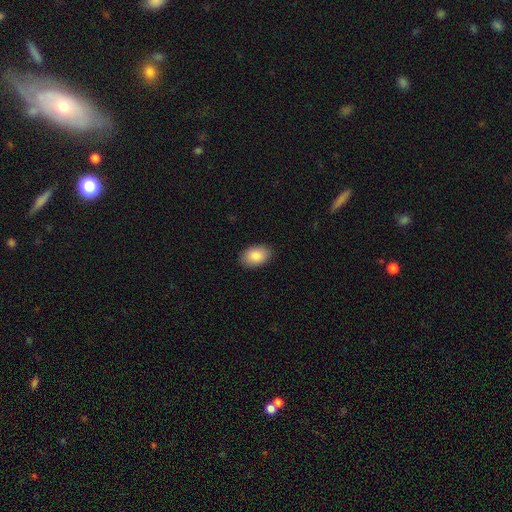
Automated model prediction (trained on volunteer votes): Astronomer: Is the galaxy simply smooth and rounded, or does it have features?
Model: smooth — 87%.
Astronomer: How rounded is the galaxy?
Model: in between — 90%.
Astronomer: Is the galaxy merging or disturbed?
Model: none — 89%.